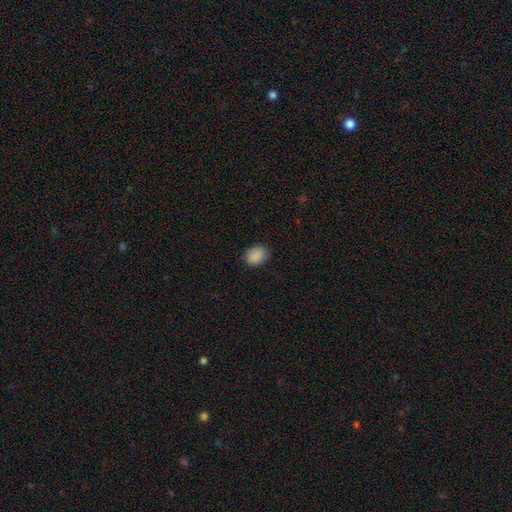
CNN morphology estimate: This is clearly a smooth galaxy (89%). How rounded: likely in between (60%). Merging: clearly none (84%).